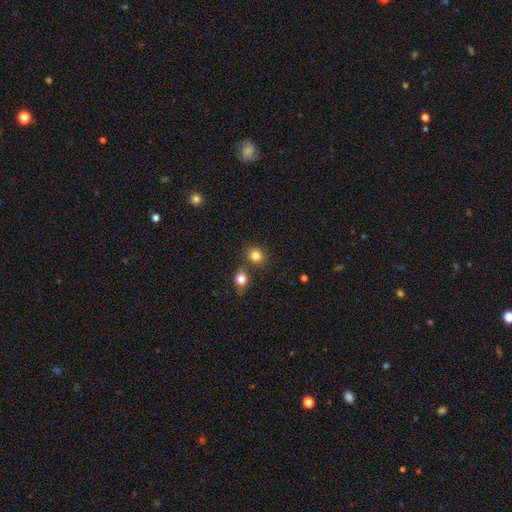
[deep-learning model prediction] This appears to be a smooth galaxy with no disk features (82%) that is round (80%). Merging: none (72%).